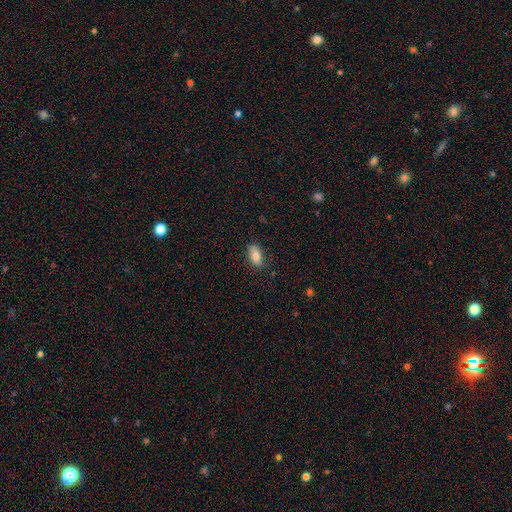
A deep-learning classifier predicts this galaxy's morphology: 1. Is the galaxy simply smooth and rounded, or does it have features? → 81% smooth, 11% featured or disk, 7% star or artifact.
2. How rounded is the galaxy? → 89% in between, 6% cigar-shaped, 5% round.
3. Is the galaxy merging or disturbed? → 82% none, 14% minor disturbance, 3% major disturbance, 1% merger.